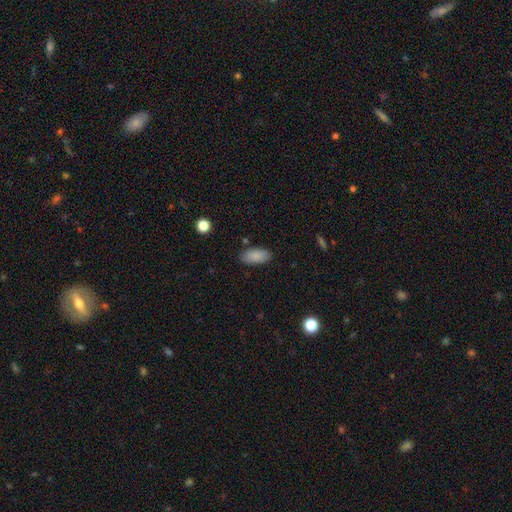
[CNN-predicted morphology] Smooth or featured? Predicted: smooth (p=0.88). How rounded? Predicted: in between (p=0.92). Merging? Predicted: none (p=0.84).